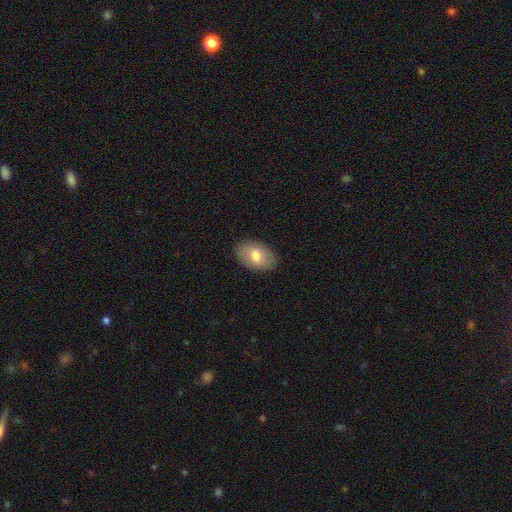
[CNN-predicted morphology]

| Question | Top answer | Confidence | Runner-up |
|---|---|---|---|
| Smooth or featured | smooth | 74% | featured or disk (20%) |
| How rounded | in between | 89% | round (10%) |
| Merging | none | 86% | minor disturbance (10%) |